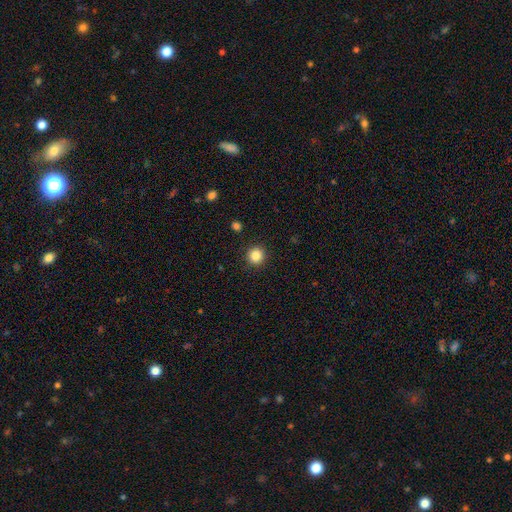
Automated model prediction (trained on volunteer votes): smooth 85%, star or artifact 11%, featured or disk 4%. Down the decision tree: how rounded — round (95%); merging — none (92%).